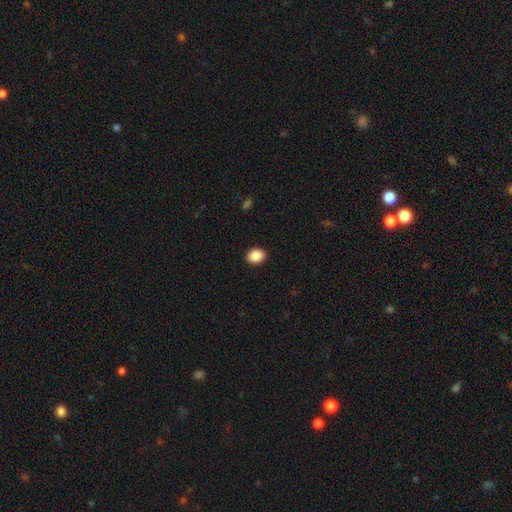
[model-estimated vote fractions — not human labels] Smooth or featured? Predicted: smooth (p=0.89). How rounded? Predicted: in between (p=0.51). Merging? Predicted: none (p=0.91).